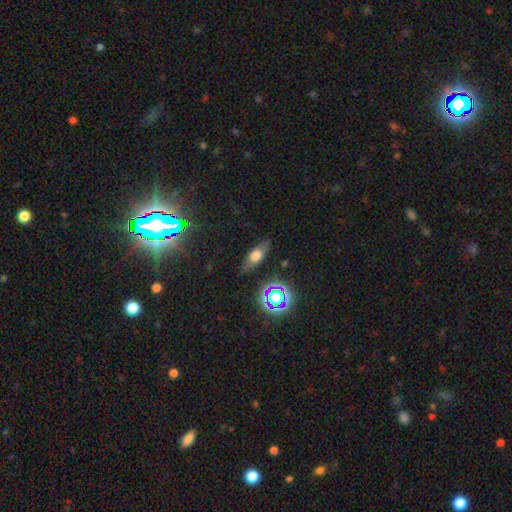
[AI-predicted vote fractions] Smooth or featured? Predicted: smooth (p=0.48). Merging? Predicted: none (p=0.81).